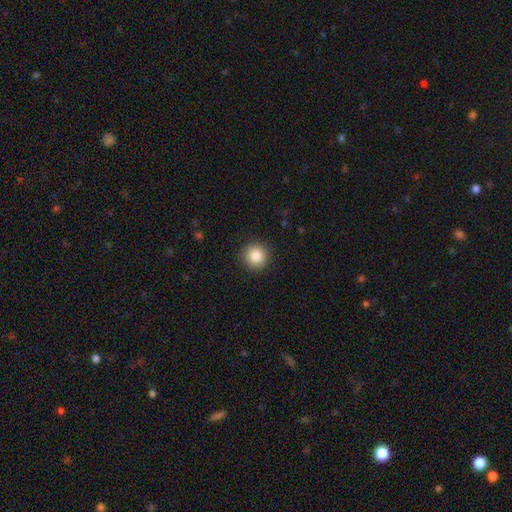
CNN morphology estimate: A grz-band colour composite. It shows a smooth galaxy with no disk features (86%) that is round (95%). Merging: none (91%).